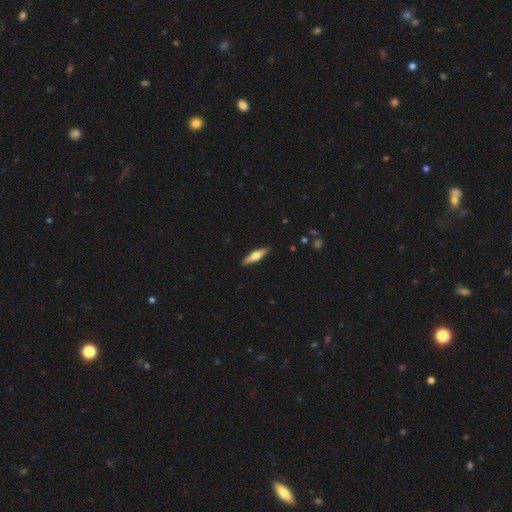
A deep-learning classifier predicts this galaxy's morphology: Smooth or featured? Predicted: featured or disk (p=0.50). Edge-on disk? Predicted: yes (p=0.93). Merging? Predicted: none (p=0.90).